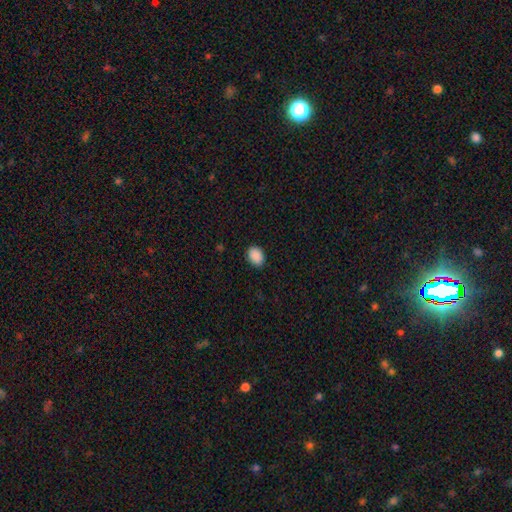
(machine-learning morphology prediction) This is clearly a smooth galaxy (90%). How rounded: likely in between (70%). Merging: clearly none (89%).